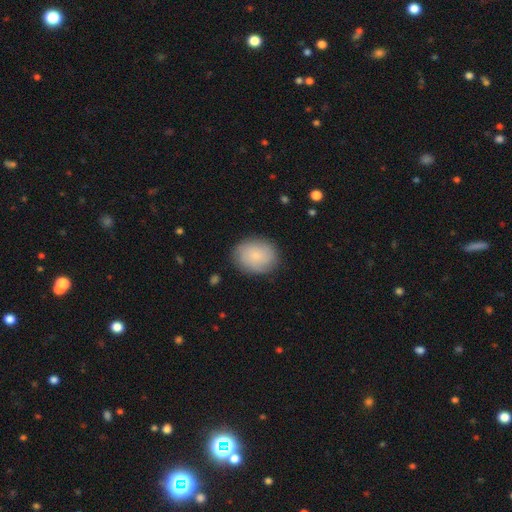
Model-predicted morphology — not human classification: A smooth galaxy with no disk features (66%) that is in between round and cigar-shaped (50%). Merging: none (83%).